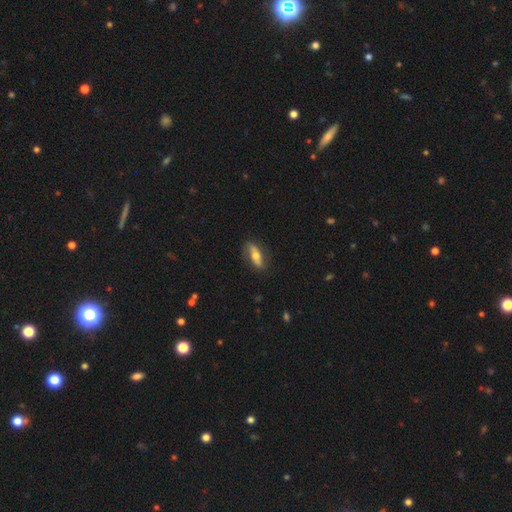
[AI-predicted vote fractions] This appears to be a smooth galaxy with no disk features (49%). Merging: none (76%).